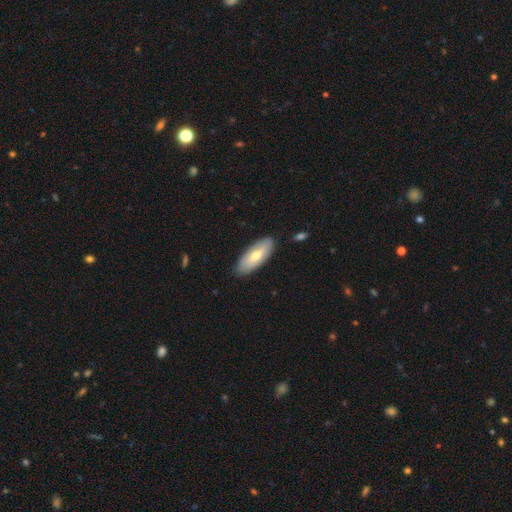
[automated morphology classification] The model was most divided on "smooth or featured": smooth: 62%, featured or disk: 33%, star or artifact: 5%. More confident: merging — none (86%); how rounded — in between (80%).